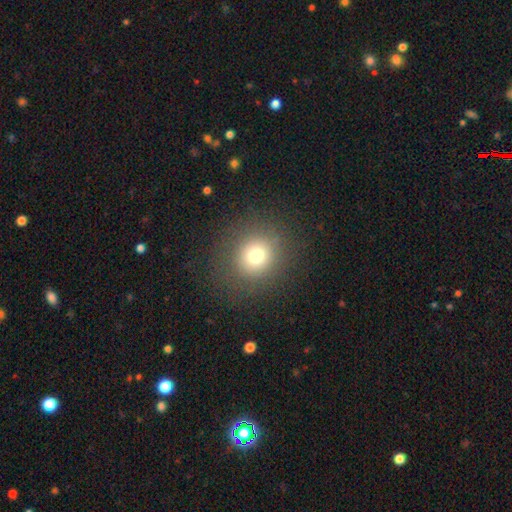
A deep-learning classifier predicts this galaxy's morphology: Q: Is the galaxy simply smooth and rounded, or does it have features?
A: smooth — 73%.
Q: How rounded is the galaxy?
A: round — 90%.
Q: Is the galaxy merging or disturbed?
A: none — 86%.